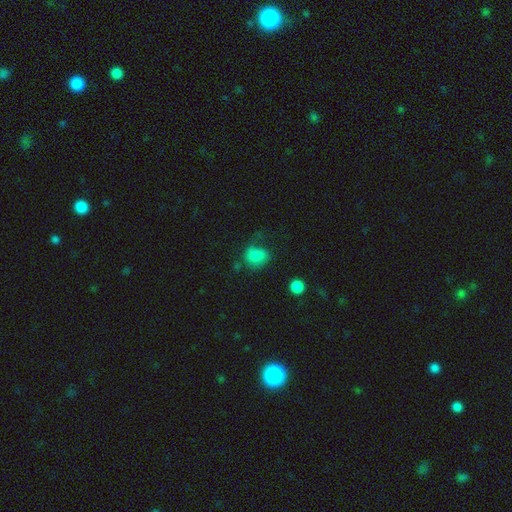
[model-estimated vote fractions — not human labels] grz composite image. It shows a smooth galaxy with no disk features (78%) that is in between round and cigar-shaped (58%). Merging: none (44%).